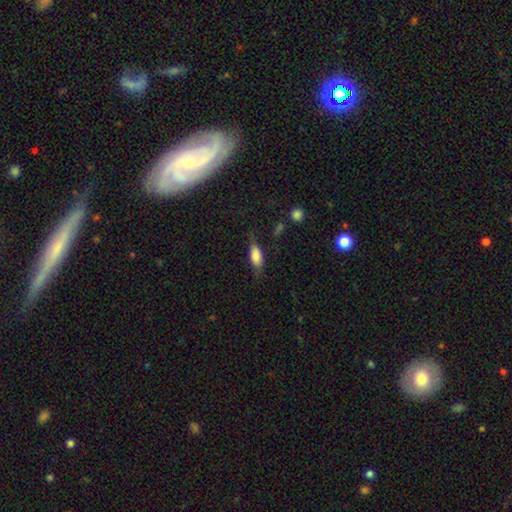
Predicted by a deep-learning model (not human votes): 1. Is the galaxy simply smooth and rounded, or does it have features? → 78% smooth, 14% featured or disk, 7% star or artifact.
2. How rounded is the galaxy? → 78% in between, 19% cigar-shaped, 3% round.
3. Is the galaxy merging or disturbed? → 63% none, 24% minor disturbance, 10% major disturbance, 2% merger.